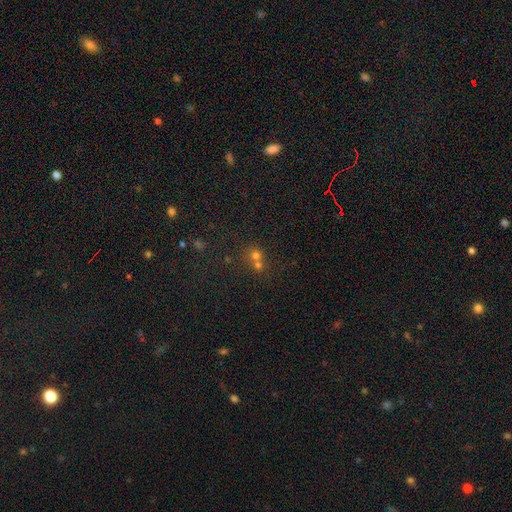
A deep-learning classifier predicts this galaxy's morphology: smooth 64%, star or artifact 23%, featured or disk 13%. Down the decision tree: how rounded — round (85%); merging — merger (52%).